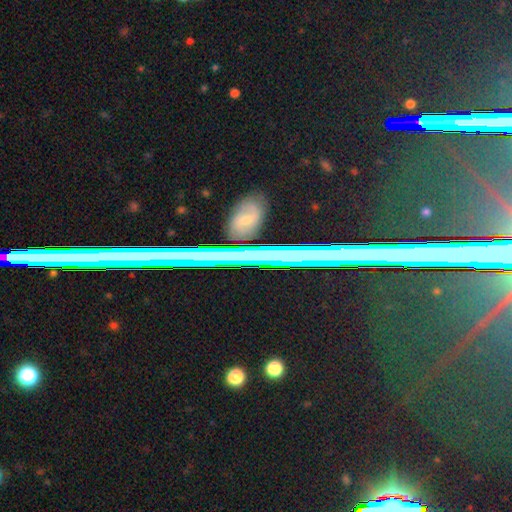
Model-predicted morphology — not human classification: A star or artifact, not a galaxy (65%).

Vote fractions:
- Smooth or featured? star or artifact: 65% / smooth: 19% / featured or disk: 16%